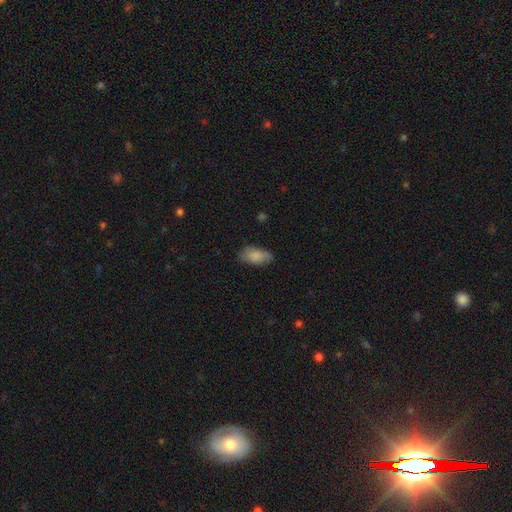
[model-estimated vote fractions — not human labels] Morphology: type=smooth (84%); roundness=in between (93%); merging=none (74%).